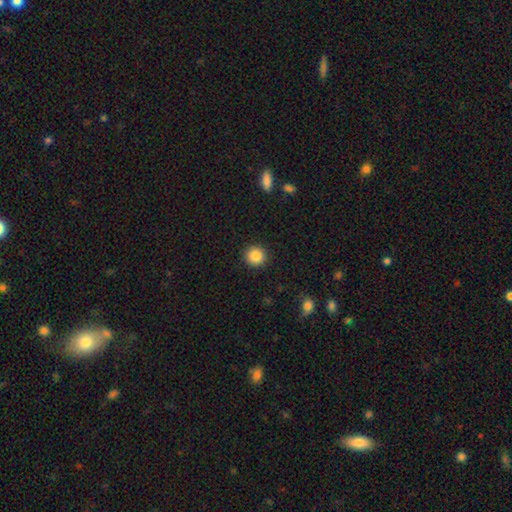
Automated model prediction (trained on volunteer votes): The model was most divided on "smooth or featured": smooth: 86%, star or artifact: 9%, featured or disk: 5%. More confident: how rounded — round (93%); merging — none (92%).